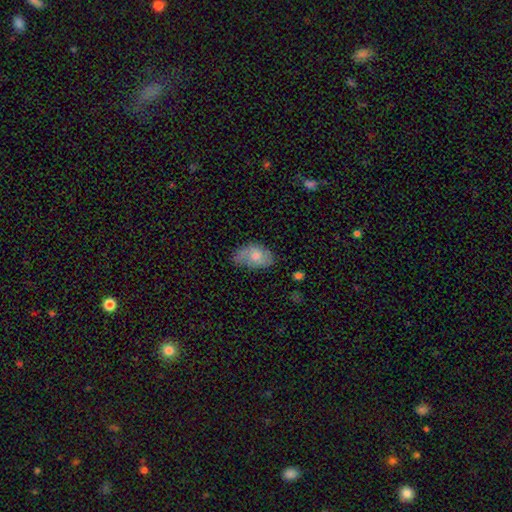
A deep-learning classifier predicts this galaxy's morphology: smooth-or-featured: smooth: 57% | featured or disk: 35% | star or artifact: 8%
  how-rounded: in between: 88% | round: 10% | cigar-shaped: 2%
  merging: none: 57% | minor disturbance: 31% | major disturbance: 9% | merger: 2%